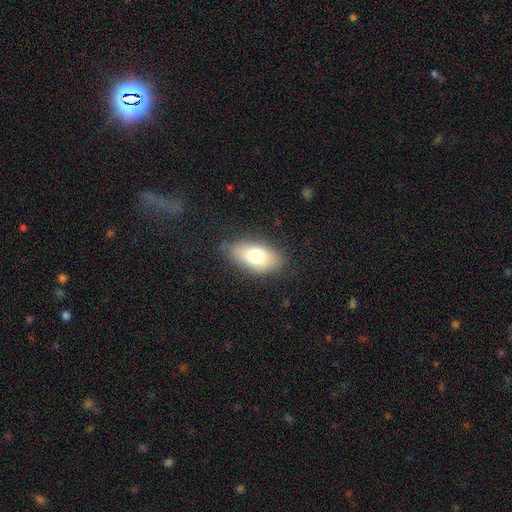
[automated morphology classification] smooth 75%, featured or disk 18%, star or artifact 8%. Down the decision tree: how rounded — in between (90%); merging — none (77%).